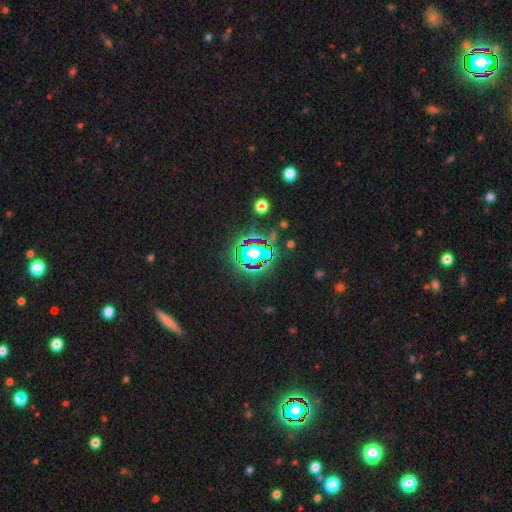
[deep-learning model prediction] star or artifact 64%, smooth 22%, featured or disk 14%.